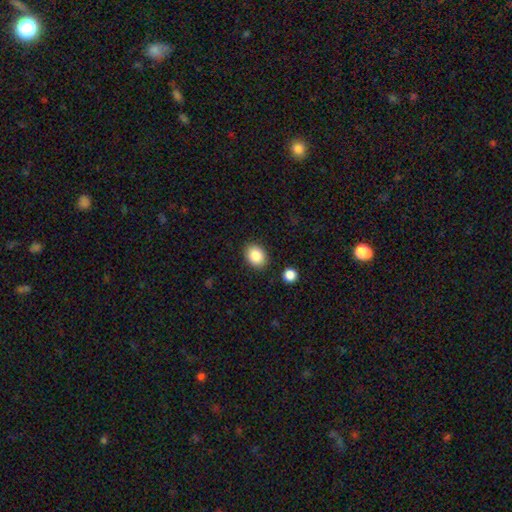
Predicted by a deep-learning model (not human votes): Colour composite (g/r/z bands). It shows a smooth galaxy with no disk features (86%) that is in between round and cigar-shaped (60%). Merging: none (88%).